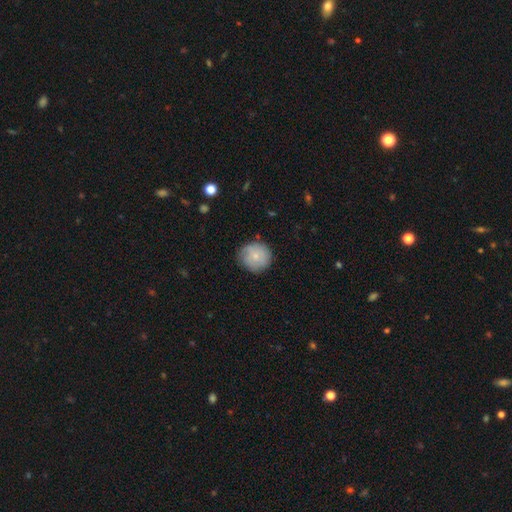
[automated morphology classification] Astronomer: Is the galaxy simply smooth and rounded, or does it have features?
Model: smooth — 72%.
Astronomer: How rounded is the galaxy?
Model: round — 91%.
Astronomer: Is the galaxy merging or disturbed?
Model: none — 79%.